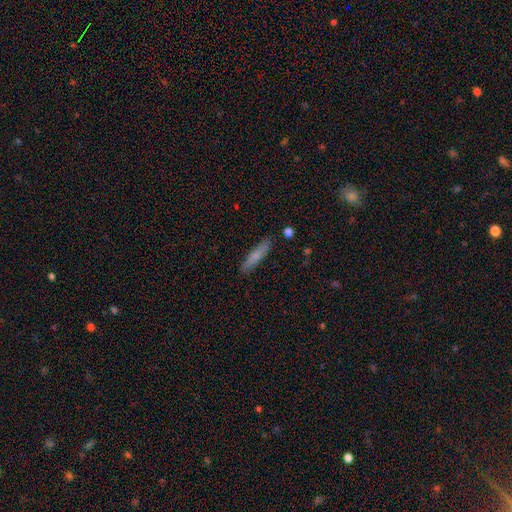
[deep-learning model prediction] Smooth or featured? Predicted: smooth (p=0.73). How rounded? Predicted: cigar-shaped (p=0.88). Merging? Predicted: none (p=0.87).